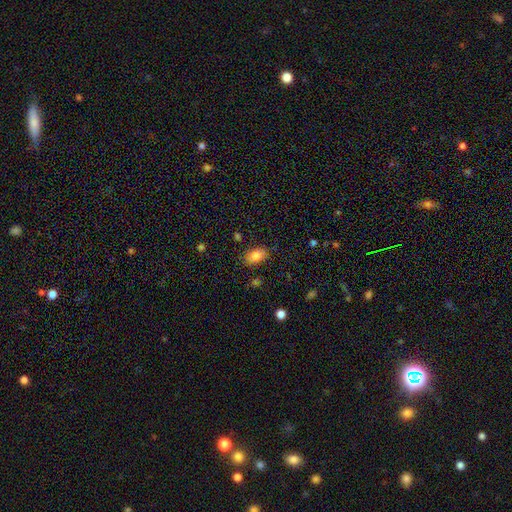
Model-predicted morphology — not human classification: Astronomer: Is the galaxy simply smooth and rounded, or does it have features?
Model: smooth — 85%.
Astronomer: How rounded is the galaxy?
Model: in between — 91%.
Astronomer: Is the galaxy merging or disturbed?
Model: none — 81%.